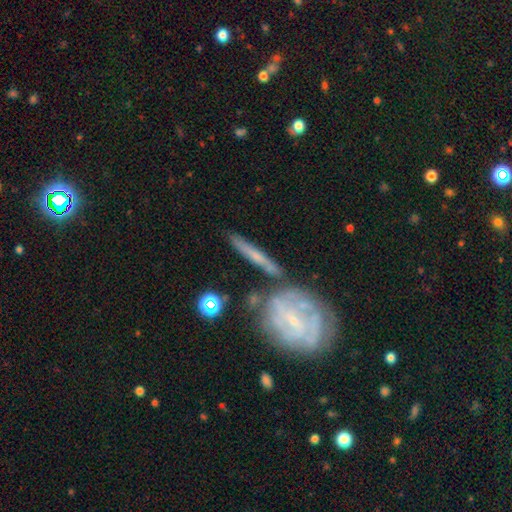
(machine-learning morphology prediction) Overall: featured or disk (60%; smooth 33%). Edge-on disk: yes (64%; no 36%). Merging: none (69%).